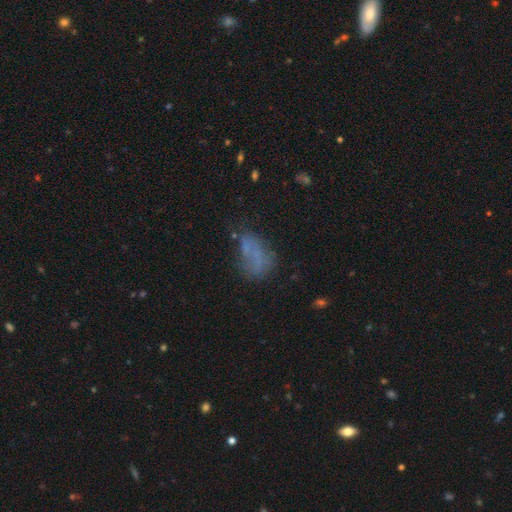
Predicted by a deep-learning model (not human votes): Smooth or featured?
  - smooth: 48% *
  - featured or disk: 35%
  - star or artifact: 18%
Merging?
  - none: 44% *
  - minor disturbance: 24%
  - major disturbance: 23%
  - merger: 9%